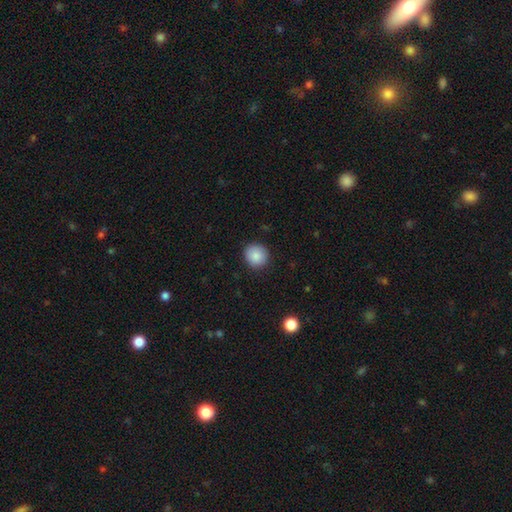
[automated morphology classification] smooth 87%, star or artifact 9%, featured or disk 4%. Down the decision tree: how rounded — round (89%); merging — none (90%).